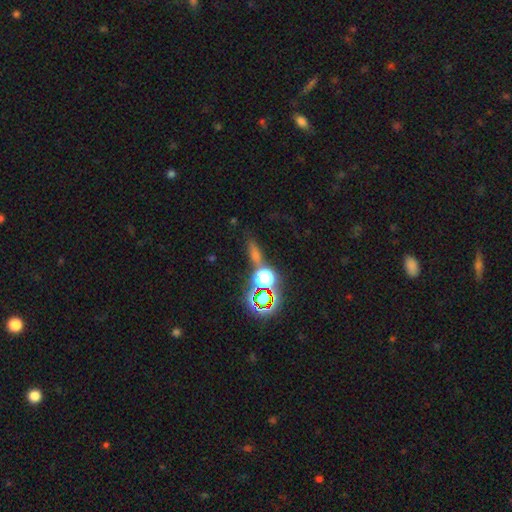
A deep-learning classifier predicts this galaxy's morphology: This is possibly a star or artifact rather than a galaxy (47%).